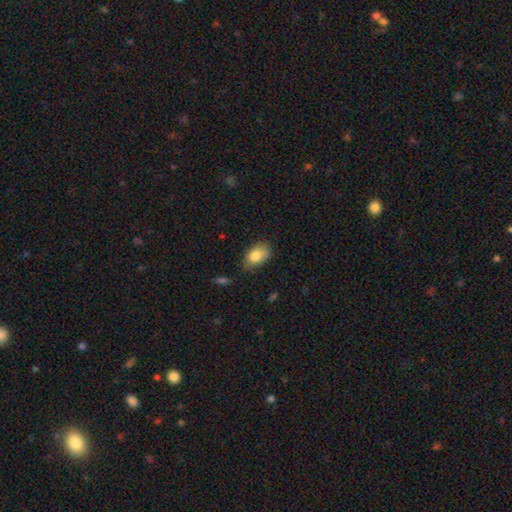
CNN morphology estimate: The model was most divided on "merging": none: 71%, minor disturbance: 23%, major disturbance: 4%, merger: 2%. More confident: how rounded — in between (86%); smooth or featured — smooth (81%).